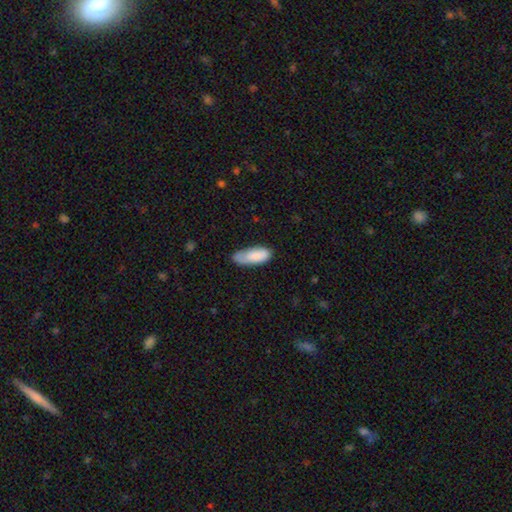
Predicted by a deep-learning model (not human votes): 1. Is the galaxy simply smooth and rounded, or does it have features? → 84% smooth, 11% featured or disk, 6% star or artifact.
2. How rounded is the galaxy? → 78% in between, 21% cigar-shaped, 2% round.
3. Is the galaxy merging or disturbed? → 56% none, 32% minor disturbance, 9% major disturbance, 3% merger.